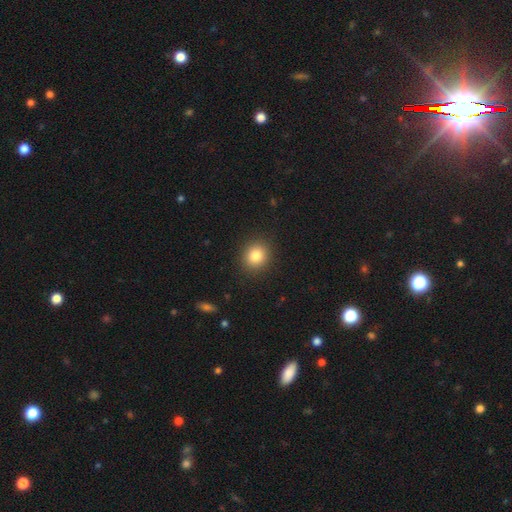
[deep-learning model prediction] Smooth or featured?
  - smooth: 83% *
  - star or artifact: 10%
  - featured or disk: 6%
How rounded?
  - round: 78% *
  - in between: 21%
  - cigar-shaped: 1%
Merging?
  - none: 90% *
  - minor disturbance: 7%
  - major disturbance: 2%
  - merger: 1%